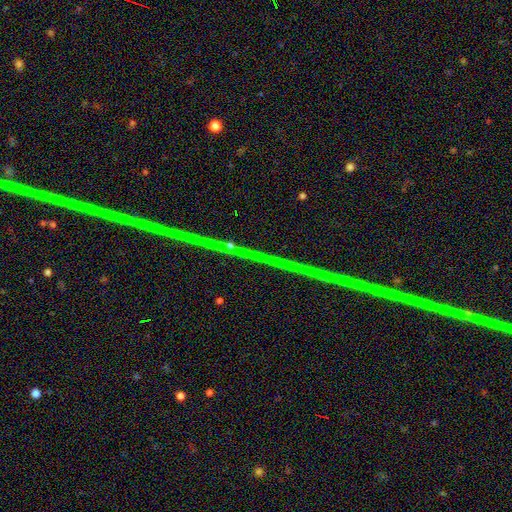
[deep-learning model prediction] Smooth or featured? Predicted: star or artifact (p=0.70).